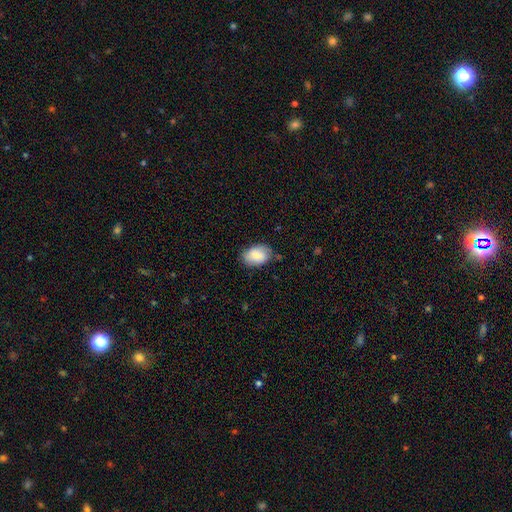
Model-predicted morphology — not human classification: Smooth or featured: smooth — 78% (featured or disk — 15%)
How rounded: in between — 83% (round — 16%)
Merging: none — 71% (minor disturbance — 23%)